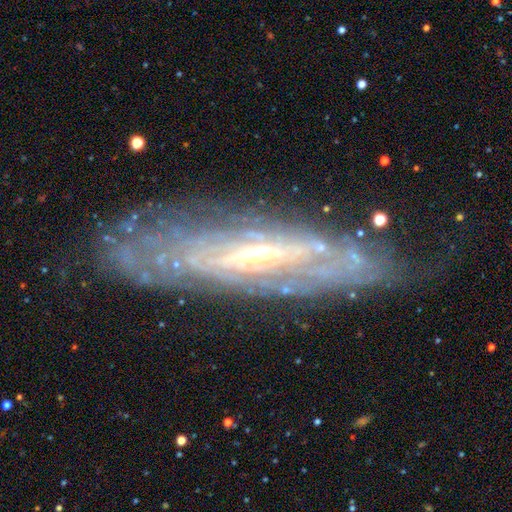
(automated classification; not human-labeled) smooth_or_featured: featured or disk (p=0.81) [alt: smooth p=0.10]
disk_edge_on: no (p=0.58) [alt: yes p=0.42]
merging: none (p=0.76) [alt: minor disturbance p=0.16]